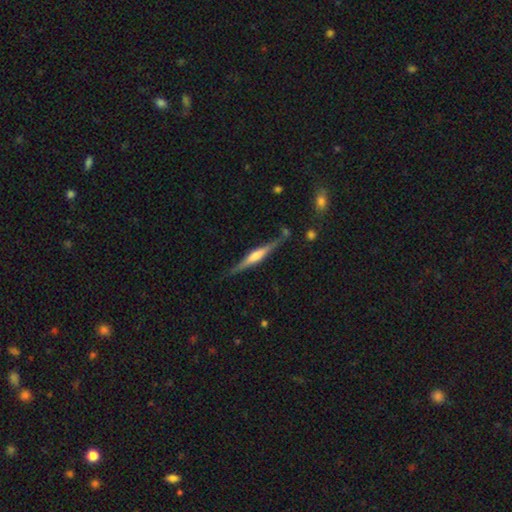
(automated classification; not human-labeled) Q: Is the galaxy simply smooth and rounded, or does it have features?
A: featured or disk — 70%.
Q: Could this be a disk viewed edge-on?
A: yes — 97%.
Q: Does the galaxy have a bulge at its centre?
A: rounded — 57%.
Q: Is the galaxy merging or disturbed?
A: none — 80%.